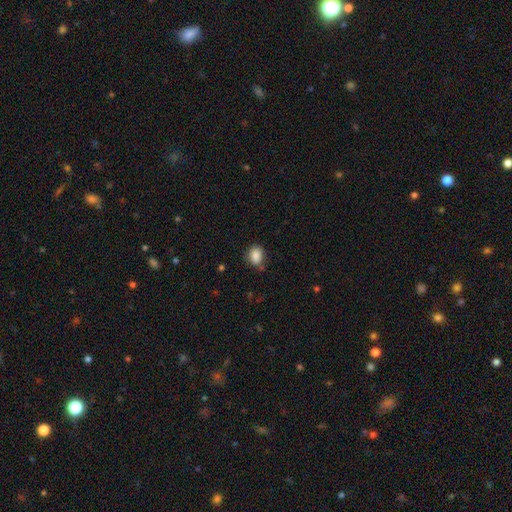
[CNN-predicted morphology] This appears to be a smooth galaxy with no disk features (86%) that is in between round and cigar-shaped (62%). Merging: none (71%).